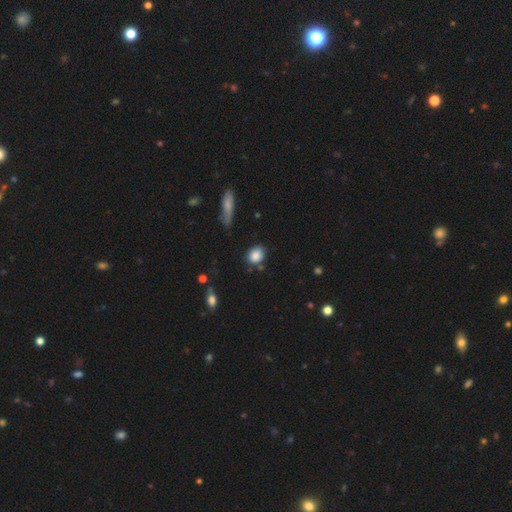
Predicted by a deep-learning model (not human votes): A smooth galaxy with no disk features (85%) that is round (50%).

Vote fractions:
- Smooth or featured? smooth: 85% / star or artifact: 9% / featured or disk: 6%
- How rounded? round: 50% / in between: 48% / cigar-shaped: 2%
- Merging? none: 76% / minor disturbance: 15% / merger: 5% / major disturbance: 4%